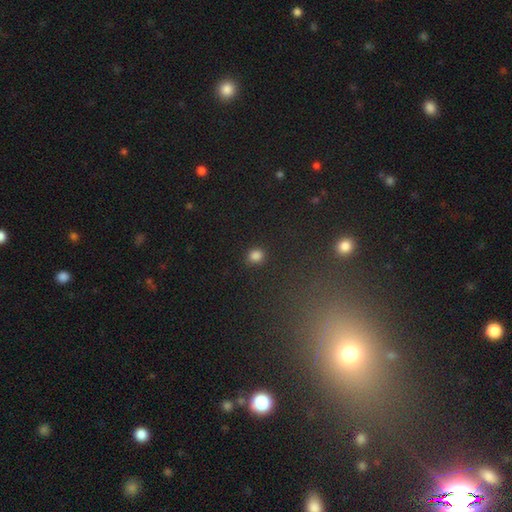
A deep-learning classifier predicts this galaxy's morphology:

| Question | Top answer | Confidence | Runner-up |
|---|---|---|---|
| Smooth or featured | smooth | 83% | star or artifact (13%) |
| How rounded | round | 78% | in between (21%) |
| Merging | none | 88% | minor disturbance (8%) |